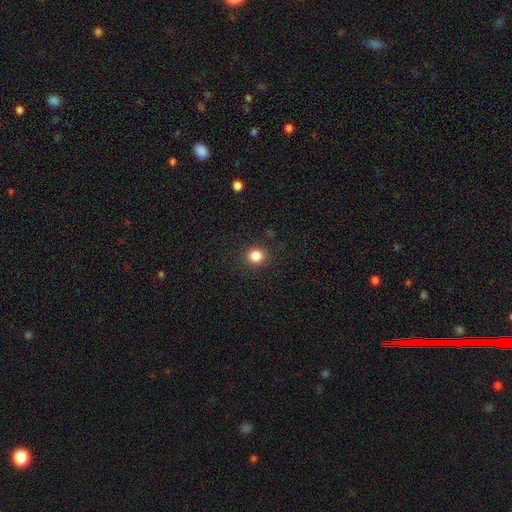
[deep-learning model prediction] smooth 83%, star or artifact 12%, featured or disk 5%. Down the decision tree: how rounded — round (87%); merging — none (90%).